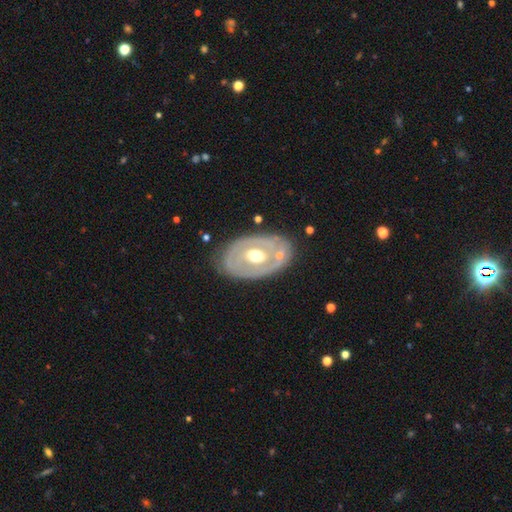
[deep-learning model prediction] Overall: featured or disk (70%). Edge-on disk: no (93%). Bar: no (65%; weak 25%). Spiral arms: no (68%; yes 32%). Bulge size: moderate (75%). Merging: none (71%).